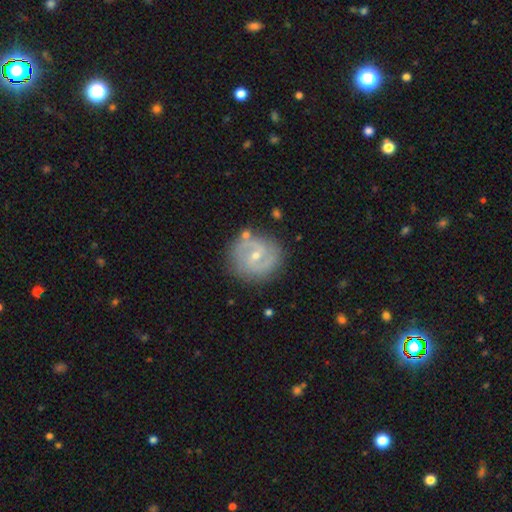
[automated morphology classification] The model was most divided on "spiral winding": medium: 49%, tight: 38%, loose: 13%. More confident: edge-on disk — no (98%); spiral arms — yes (94%); spiral arm count — 2 (86%); smooth or featured — featured or disk (82%); merging — none (80%); bulge size — small (56%); bar — weak (50%).